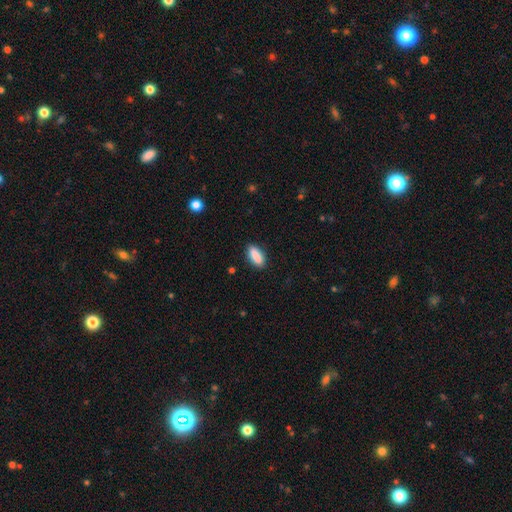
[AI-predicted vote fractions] Morphology: type=smooth (89%); roundness=in between (77%); merging=none (87%).